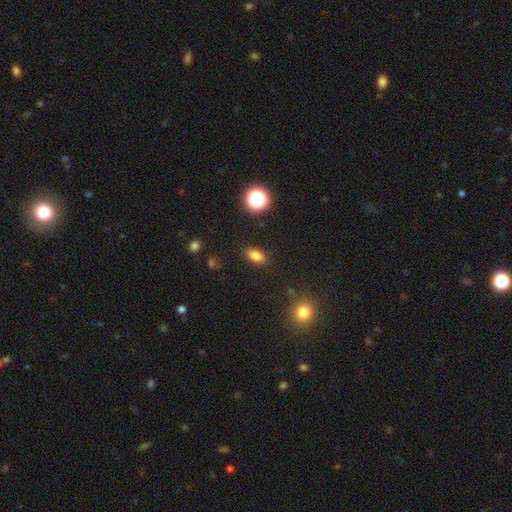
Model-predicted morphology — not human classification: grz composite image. It shows a smooth galaxy with no disk features (80%) that is in between round and cigar-shaped (83%). Merging: none (87%).